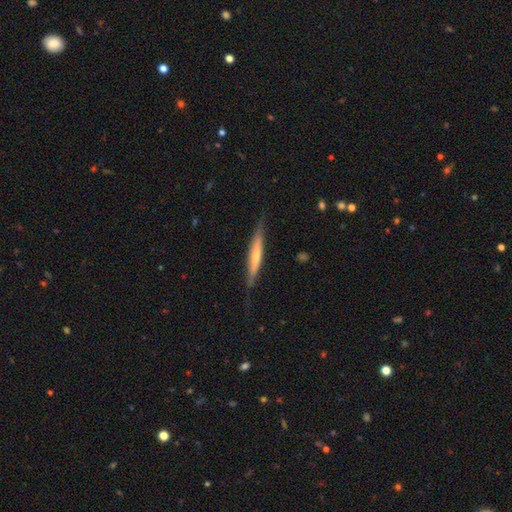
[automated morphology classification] featured or disk 48%, smooth 47%, star or artifact 5%. Down the decision tree: merging — none (78%).